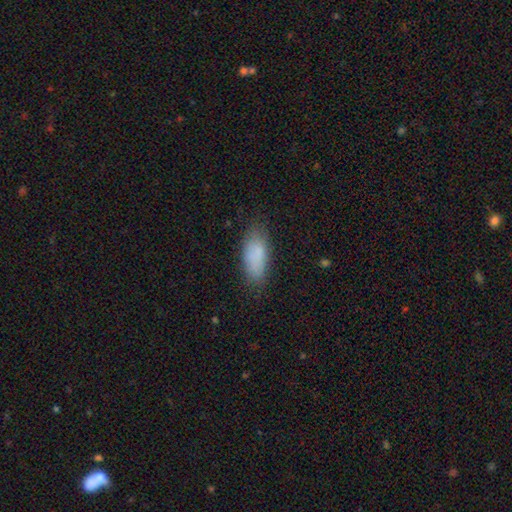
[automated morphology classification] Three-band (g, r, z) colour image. It shows a smooth galaxy with no disk features (83%) that is in between round and cigar-shaped (82%). Merging: none (75%).